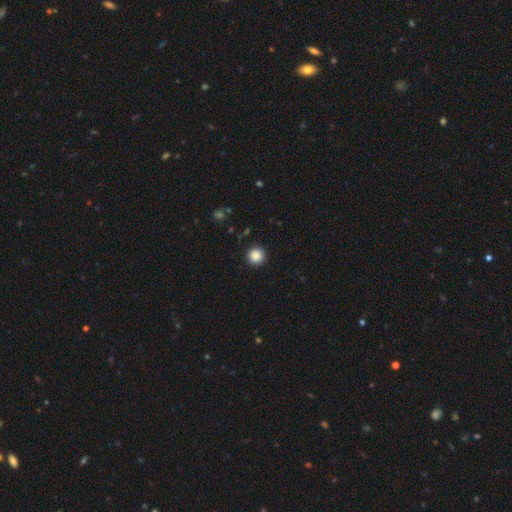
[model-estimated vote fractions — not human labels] smooth 87%, star or artifact 10%, featured or disk 3%. Down the decision tree: how rounded — round (96%); merging — none (92%).